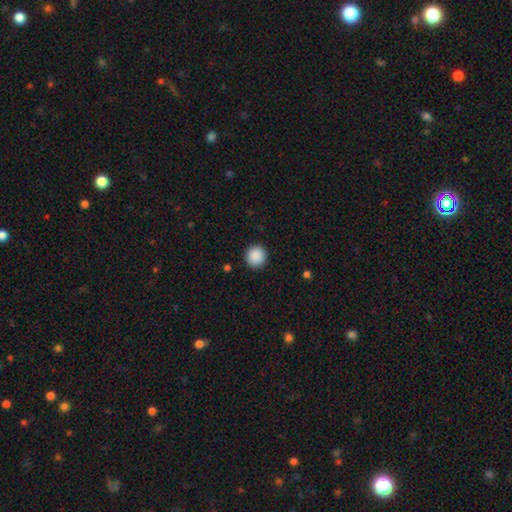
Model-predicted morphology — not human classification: type=smooth (89%); roundness=round (93%); merging=none (92%).